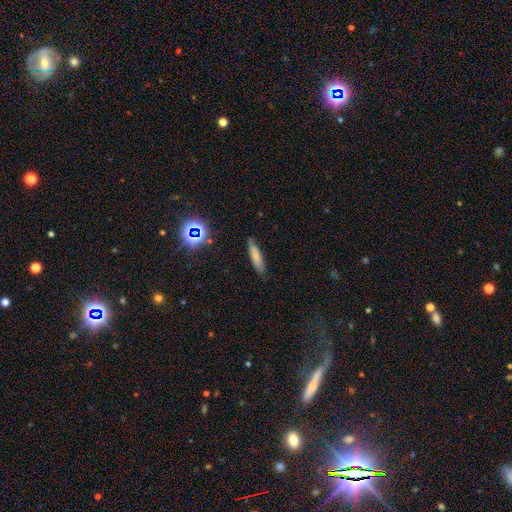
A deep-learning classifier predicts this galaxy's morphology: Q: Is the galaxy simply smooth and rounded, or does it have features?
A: smooth — 72%.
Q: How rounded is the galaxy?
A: cigar-shaped — 80%.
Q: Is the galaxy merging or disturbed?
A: none — 82%.